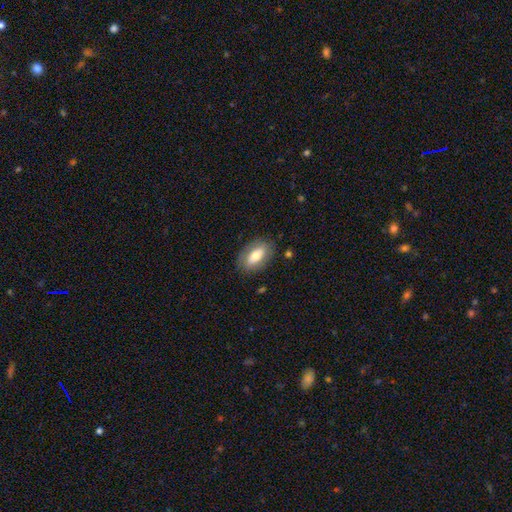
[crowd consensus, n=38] A smooth galaxy with no disk features (71%) that is in between round and cigar-shaped (89%). Merging: none (78%).